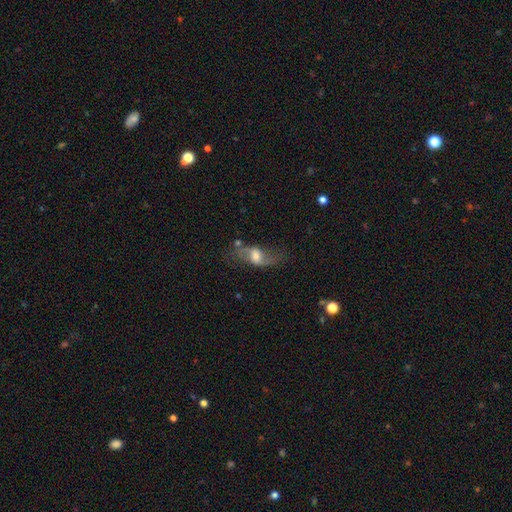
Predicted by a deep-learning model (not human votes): This is possibly a featured or disk galaxy (57%). It is clearly not viewed edge-on (84%). Merging: possibly none (55%).